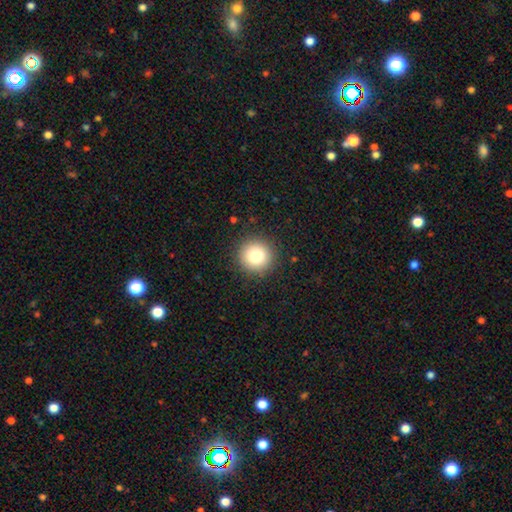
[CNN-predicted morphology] A smooth galaxy with no disk features (80%) that is round (95%).

Vote fractions:
- Smooth or featured? smooth: 80% / star or artifact: 11% / featured or disk: 9%
- How rounded? round: 95% / in between: 4% / cigar-shaped: 1%
- Merging? none: 91% / minor disturbance: 6% / major disturbance: 2% / merger: 1%